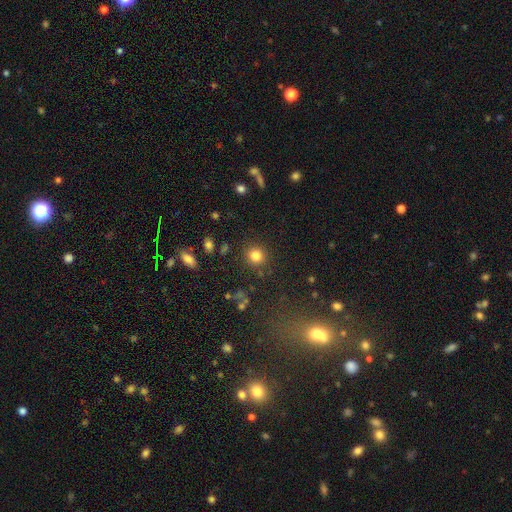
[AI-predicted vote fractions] This is clearly a smooth galaxy (83%). How rounded: clearly round (91%). Merging: clearly none (87%).